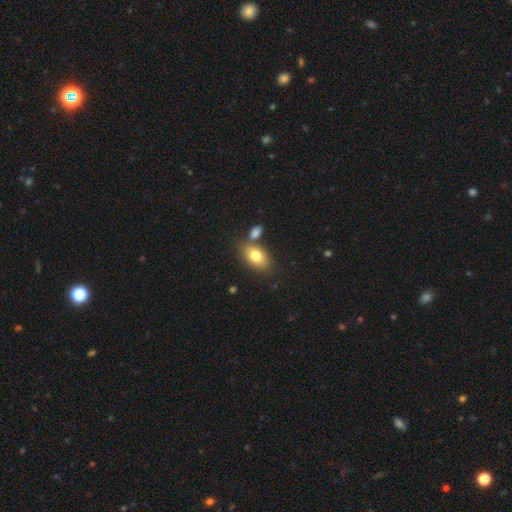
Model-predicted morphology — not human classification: The model was most divided on "merging": none: 63%, merger: 21%, minor disturbance: 12%, major disturbance: 4%. More confident: how rounded — in between (89%); smooth or featured — smooth (78%).